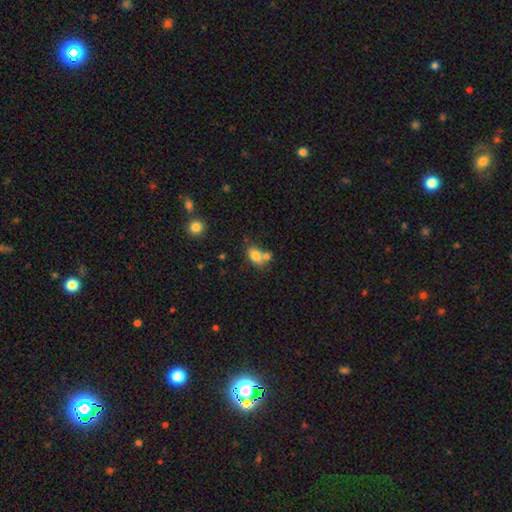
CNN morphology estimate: Smooth or featured?
  - smooth: 79% *
  - featured or disk: 11%
  - star or artifact: 9%
How rounded?
  - in between: 82% *
  - round: 16%
  - cigar-shaped: 2%
Merging?
  - none: 43% *
  - merger: 39%
  - minor disturbance: 13%
  - major disturbance: 5%